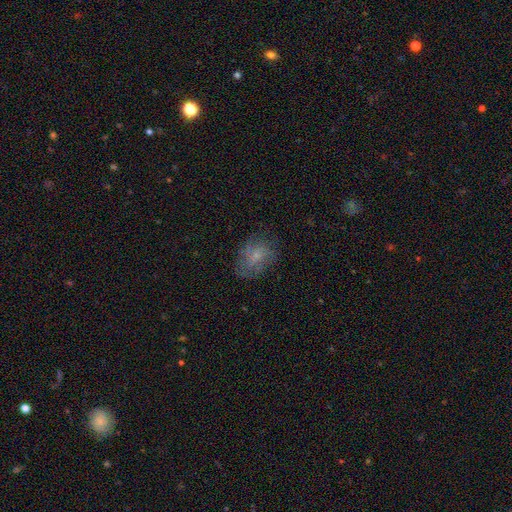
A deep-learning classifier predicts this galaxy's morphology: smooth_or_featured: smooth (p=0.49) [alt: featured or disk p=0.40]
merging: none (p=0.64) [alt: minor disturbance p=0.22]